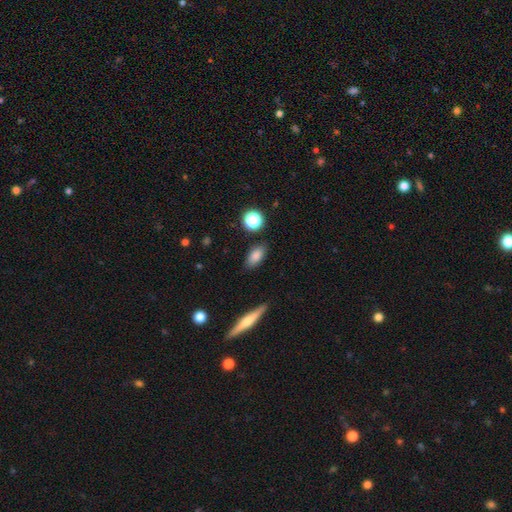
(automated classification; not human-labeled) smooth_or_featured: smooth (p=0.83) [alt: star or artifact p=0.09]
how_rounded: in between (p=0.85) [alt: round p=0.08]
merging: none (p=0.84) [alt: minor disturbance p=0.11]